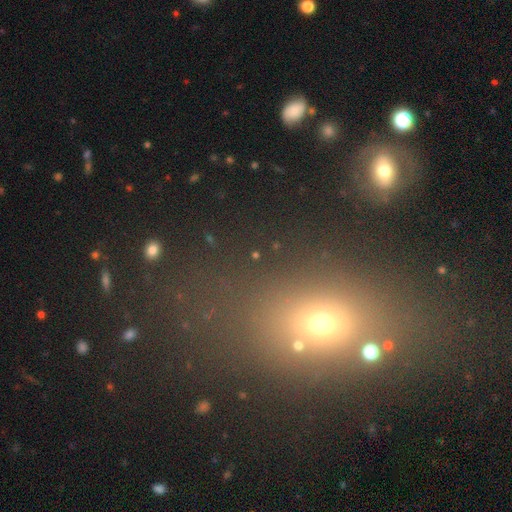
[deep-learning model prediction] smooth-or-featured: star or artifact: 44% | smooth: 42% | featured or disk: 14%